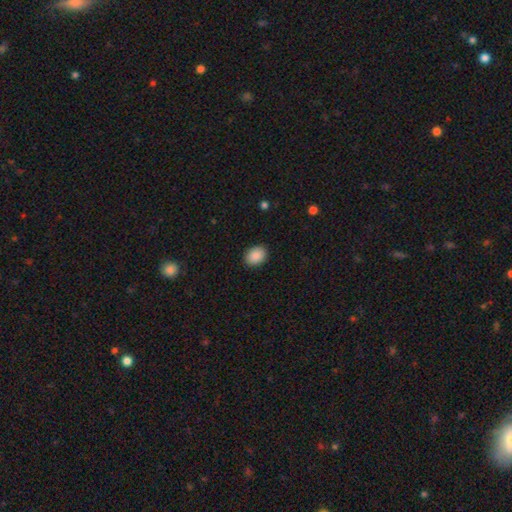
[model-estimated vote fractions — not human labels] This is clearly a smooth galaxy (89%). How rounded: likely in between (67%). Merging: clearly none (90%).